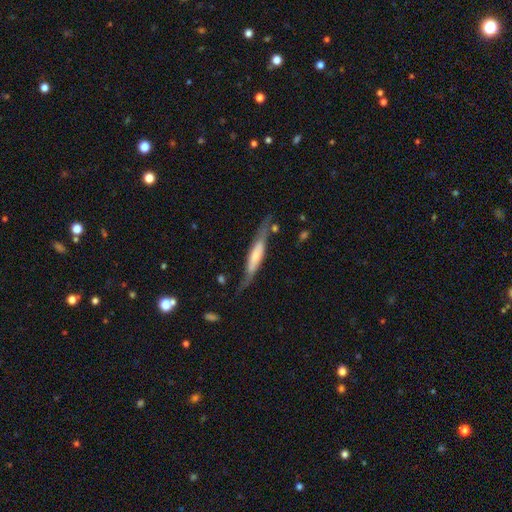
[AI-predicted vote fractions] This is possibly a featured or disk galaxy (58%). It is likely viewed edge-on (75%). Merging: likely none (64%).